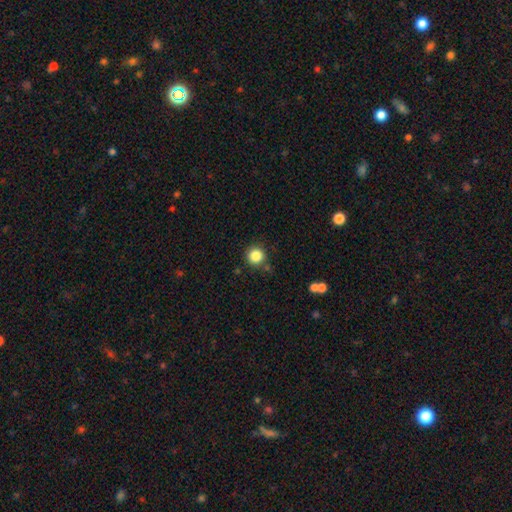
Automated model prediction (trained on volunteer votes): Overall: smooth (85%). How rounded: round (94%). Merging: none (83%).